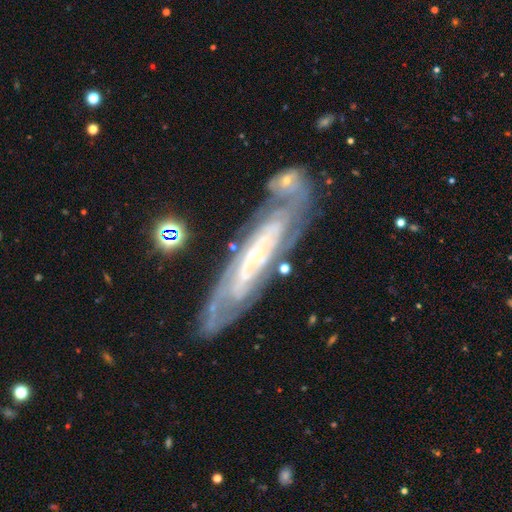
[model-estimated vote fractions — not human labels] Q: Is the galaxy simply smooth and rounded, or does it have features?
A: featured or disk — 84%.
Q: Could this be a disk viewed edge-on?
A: no — 80%.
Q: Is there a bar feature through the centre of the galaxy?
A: no — 61%.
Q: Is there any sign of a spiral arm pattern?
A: yes — 92%.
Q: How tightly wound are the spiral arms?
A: tight — 72%.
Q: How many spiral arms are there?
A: can't tell — 48%.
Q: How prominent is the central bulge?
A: small — 81%.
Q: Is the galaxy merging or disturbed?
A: none — 69%.